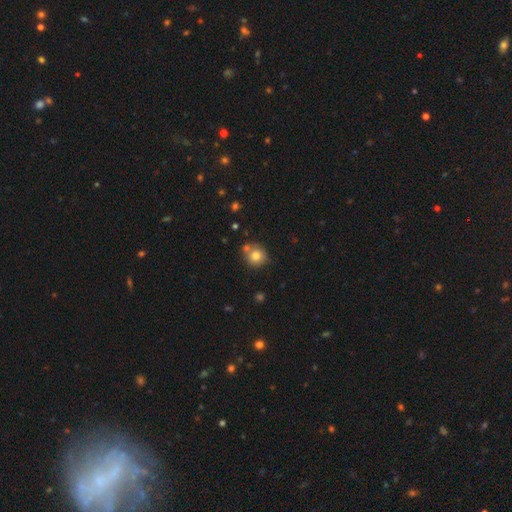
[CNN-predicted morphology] Smooth or featured? smooth (78%)
How rounded? round (87%)
Merging? none (65%)